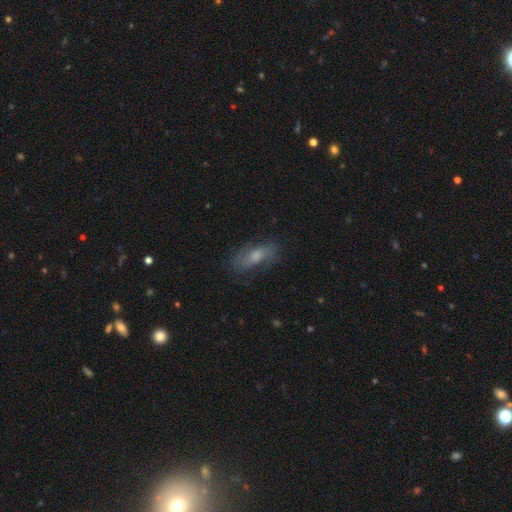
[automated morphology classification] Overall: featured or disk (46%; smooth 43%). Merging: none (68%).